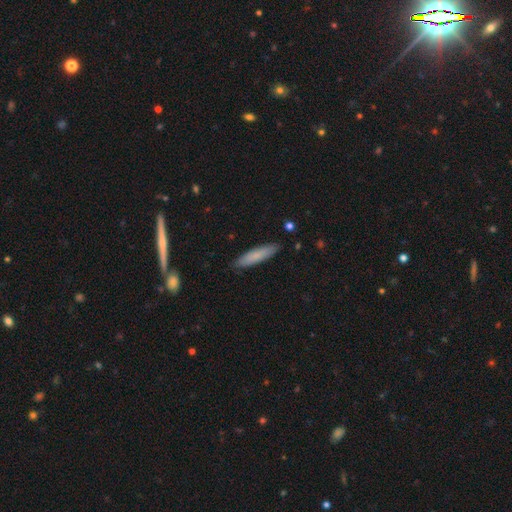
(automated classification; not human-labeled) Smooth or featured? Predicted: smooth (p=0.76). How rounded? Predicted: cigar-shaped (p=0.81). Merging? Predicted: none (p=0.87).